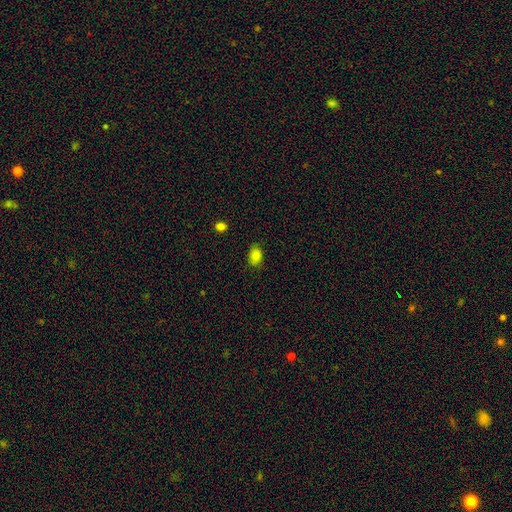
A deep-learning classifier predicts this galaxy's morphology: Smooth or featured: smooth — 85% (star or artifact — 10%)
How rounded: in between — 79% (round — 20%)
Merging: none — 79% (minor disturbance — 17%)